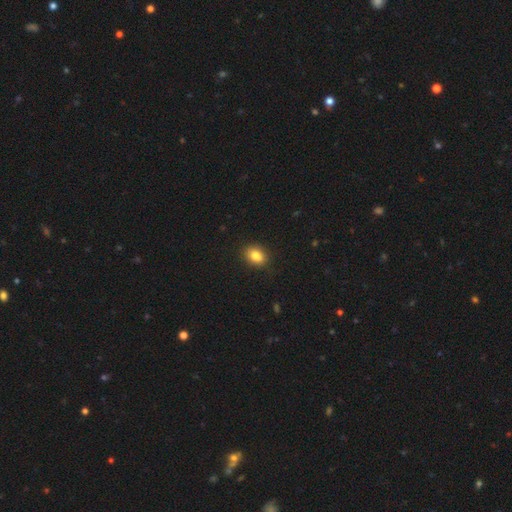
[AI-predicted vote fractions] Q: Smooth or featured?
A: smooth (83%); runner-up: star or artifact (9%)
Q: How rounded?
A: in between (70%); runner-up: round (28%)
Q: Merging?
A: none (86%); runner-up: minor disturbance (10%)